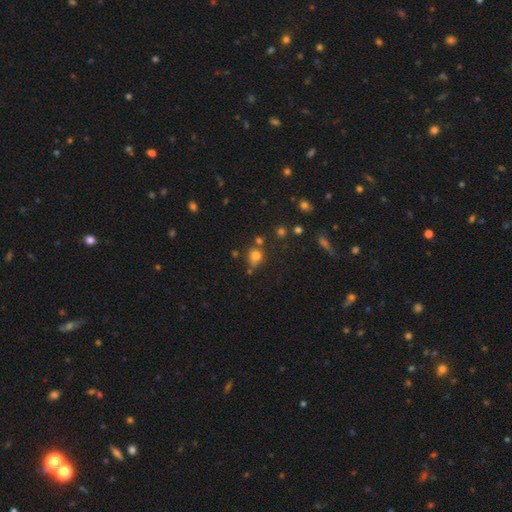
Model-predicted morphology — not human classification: Smooth or featured?
  - smooth: 75% *
  - star or artifact: 16%
  - featured or disk: 9%
How rounded?
  - round: 71% *
  - in between: 28%
  - cigar-shaped: 2%
Merging?
  - none: 56% *
  - minor disturbance: 20%
  - merger: 16%
  - major disturbance: 7%